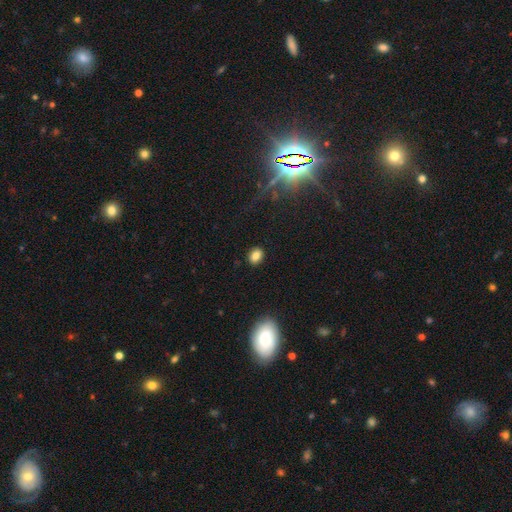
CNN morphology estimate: Q: Smooth or featured?
A: smooth (82%); runner-up: star or artifact (12%)
Q: How rounded?
A: in between (59%); runner-up: round (40%)
Q: Merging?
A: none (88%); runner-up: minor disturbance (8%)